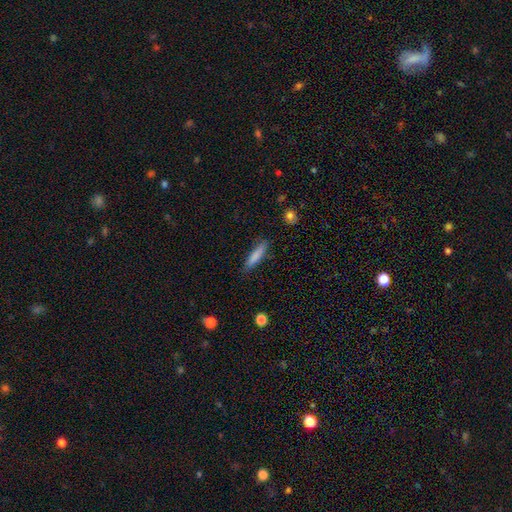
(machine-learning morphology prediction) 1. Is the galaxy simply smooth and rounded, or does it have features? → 82% smooth, 11% featured or disk, 7% star or artifact.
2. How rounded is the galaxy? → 81% cigar-shaped, 17% in between, 1% round.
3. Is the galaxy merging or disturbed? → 83% none, 13% minor disturbance, 3% major disturbance, 2% merger.